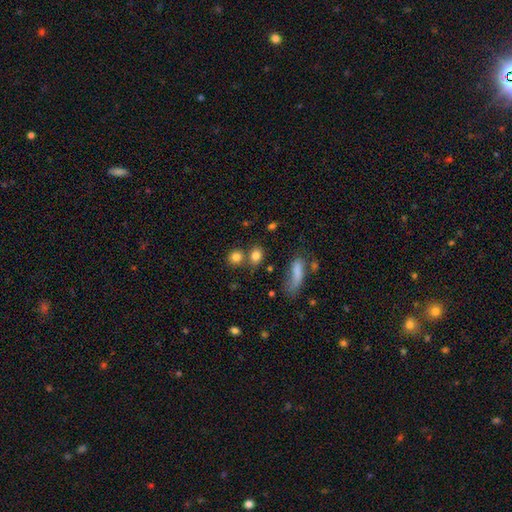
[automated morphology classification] This appears to be a smooth galaxy with no disk features (80%) that is round (63%). Merging: none (61%).